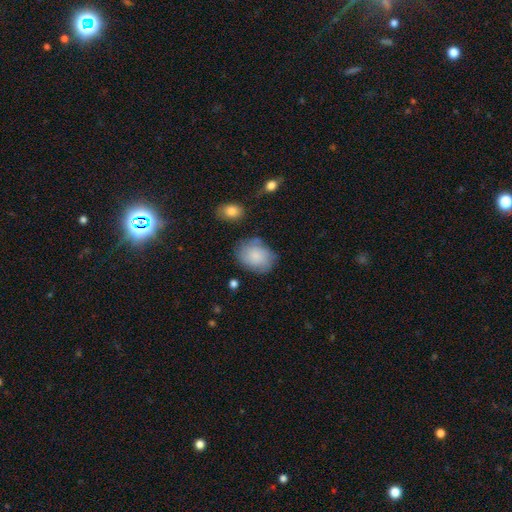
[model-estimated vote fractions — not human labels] smooth_or_featured: smooth (p=0.78) [alt: featured or disk p=0.16]
how_rounded: in between (p=0.66) [alt: round p=0.33]
merging: none (p=0.67) [alt: minor disturbance p=0.23]